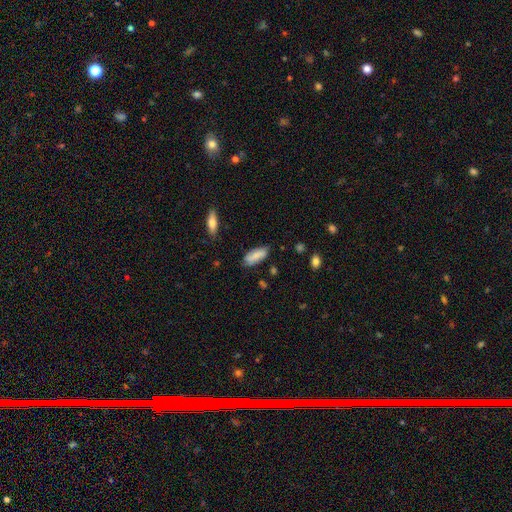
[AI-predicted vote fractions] Q: Smooth or featured?
A: smooth (81%); runner-up: featured or disk (12%)
Q: How rounded?
A: in between (76%); runner-up: cigar-shaped (22%)
Q: Merging?
A: none (72%); runner-up: minor disturbance (21%)